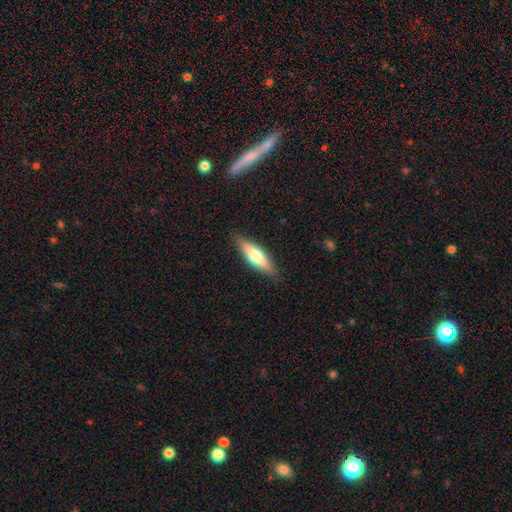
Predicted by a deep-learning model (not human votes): Q: Smooth or featured?
A: smooth (57%); runner-up: featured or disk (37%)
Q: How rounded?
A: cigar-shaped (60%); runner-up: in between (39%)
Q: Merging?
A: none (86%); runner-up: minor disturbance (10%)